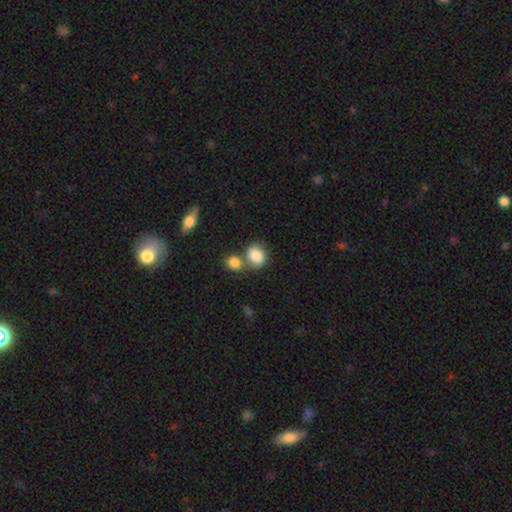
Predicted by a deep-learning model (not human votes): Smooth or featured: smooth — 85% (star or artifact — 7%)
How rounded: round — 63% (in between — 36%)
Merging: none — 46% (merger — 39%)